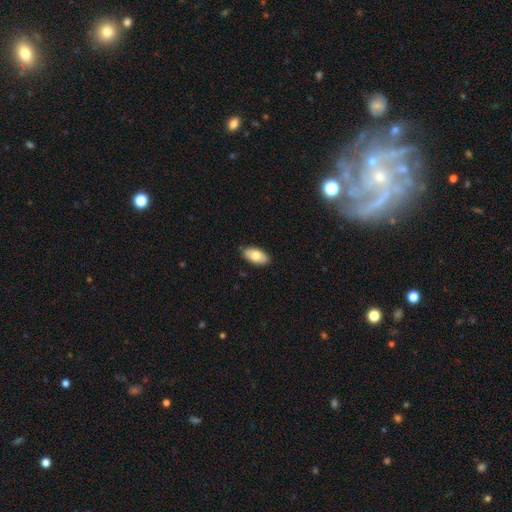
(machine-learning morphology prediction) Smooth or featured?
  - smooth: 72% *
  - featured or disk: 22%
  - star or artifact: 6%
How rounded?
  - in between: 94% *
  - round: 3%
  - cigar-shaped: 3%
Merging?
  - none: 87% *
  - minor disturbance: 10%
  - major disturbance: 2%
  - merger: 1%